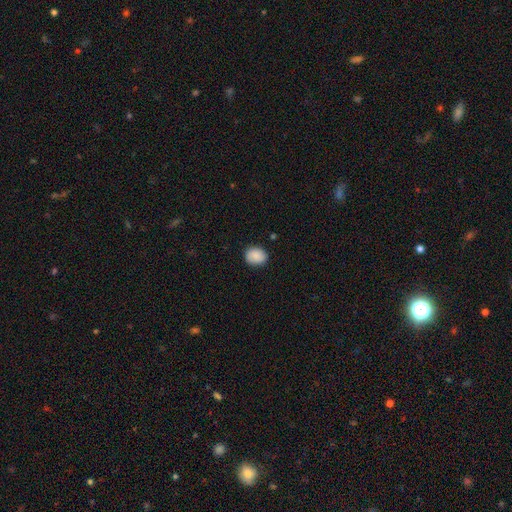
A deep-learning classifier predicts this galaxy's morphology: smooth 86%, star or artifact 8%, featured or disk 6%. Down the decision tree: how rounded — round (59%); merging — none (85%).